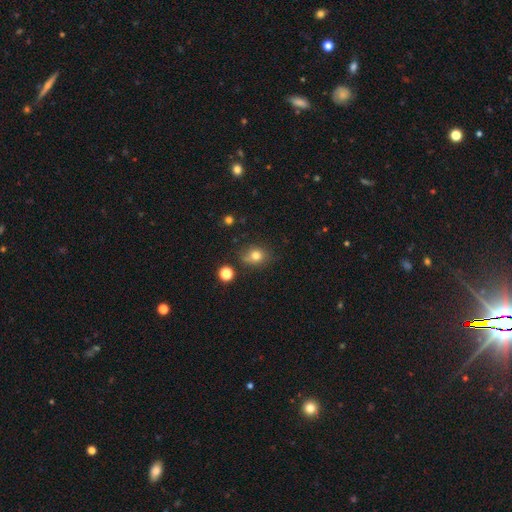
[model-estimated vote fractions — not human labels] smooth_or_featured: smooth (p=0.77) [alt: star or artifact p=0.14]
how_rounded: round (p=0.62) [alt: in between p=0.37]
merging: none (p=0.66) [alt: minor disturbance p=0.22]